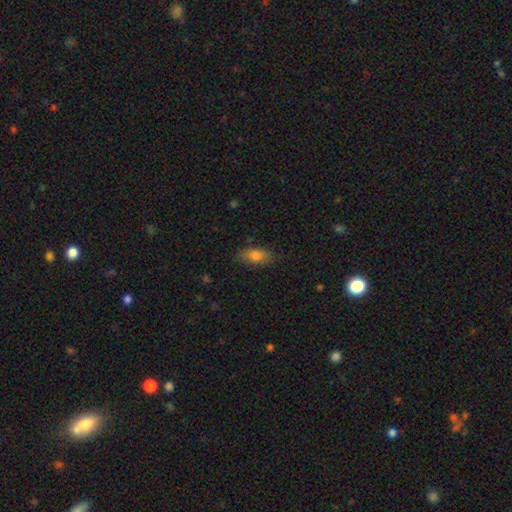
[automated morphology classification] This appears to be a smooth galaxy with no disk features (77%) that is in between round and cigar-shaped (86%). Merging: none (78%).